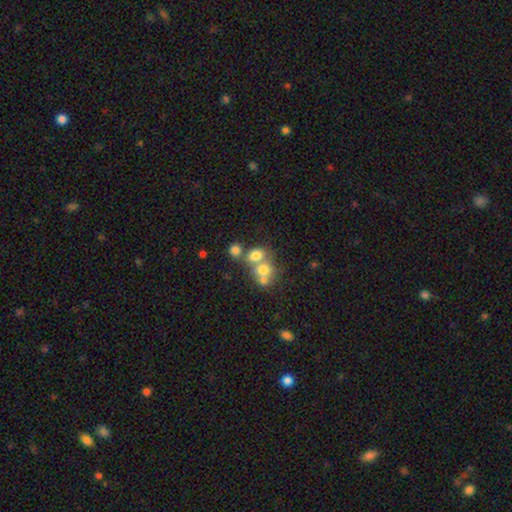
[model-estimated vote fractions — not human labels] A smooth galaxy with no disk features (69%) that is in between round and cigar-shaped (50%). Merging: merger (53%).